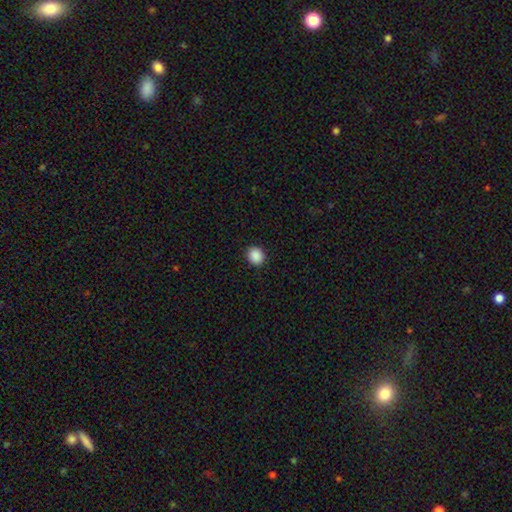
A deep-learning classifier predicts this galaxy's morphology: Q: Smooth or featured?
A: smooth (89%); runner-up: star or artifact (9%)
Q: How rounded?
A: round (78%); runner-up: in between (21%)
Q: Merging?
A: none (92%); runner-up: minor disturbance (6%)